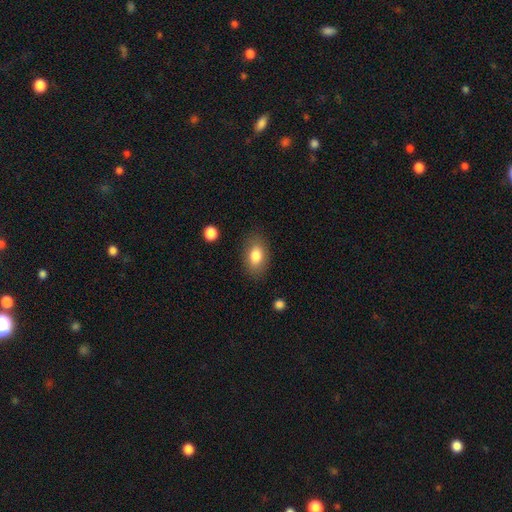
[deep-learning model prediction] Overall: smooth (82%). How rounded: in between (86%). Merging: none (84%).